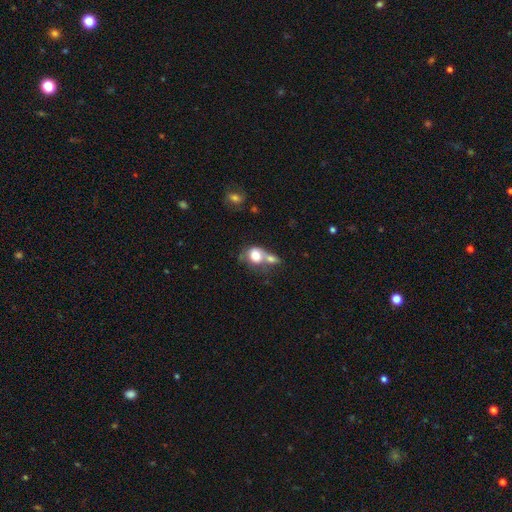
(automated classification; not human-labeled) Overall: smooth (75%). How rounded: round (55%; in between 44%). Merging: merger (61%).